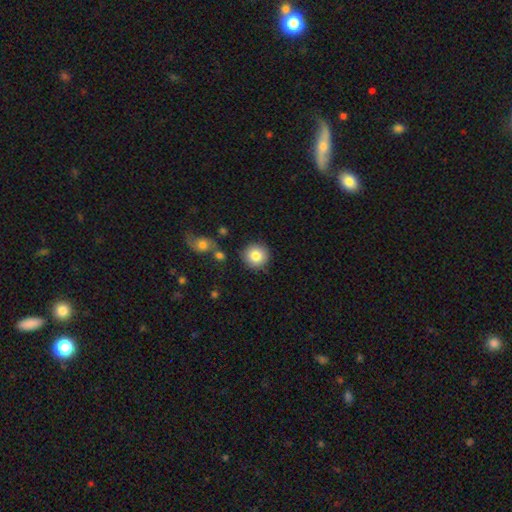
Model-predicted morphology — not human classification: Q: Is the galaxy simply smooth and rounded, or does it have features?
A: smooth — 84%.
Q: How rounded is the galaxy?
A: round — 94%.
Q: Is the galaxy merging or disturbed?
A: none — 86%.